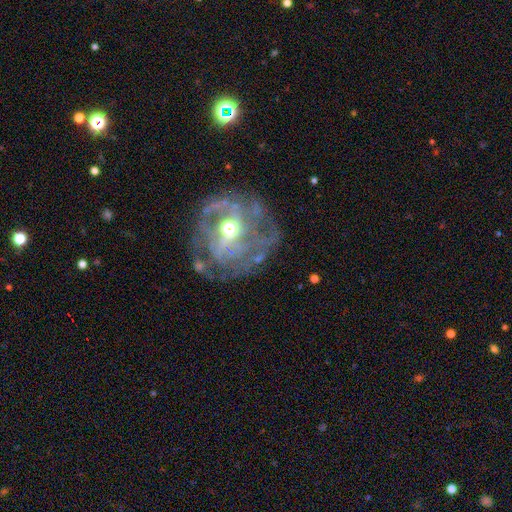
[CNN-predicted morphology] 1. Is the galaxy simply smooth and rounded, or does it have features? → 83% featured or disk, 8% star or artifact, 8% smooth.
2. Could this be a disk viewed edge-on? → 96% no, 4% yes.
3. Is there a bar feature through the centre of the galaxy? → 40% weak, 38% no, 22% strong.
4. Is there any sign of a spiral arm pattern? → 85% yes, 15% no.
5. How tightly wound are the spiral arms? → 54% tight, 33% medium, 13% loose.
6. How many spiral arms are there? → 39% can't tell, 21% 2, 17% 3, 10% 4, 7% more than 4, 6% 1.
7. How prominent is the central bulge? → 72% moderate, 18% small, 8% large, 1% none, 1% dominant.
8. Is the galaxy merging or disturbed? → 67% none, 18% minor disturbance, 13% major disturbance, 3% merger.